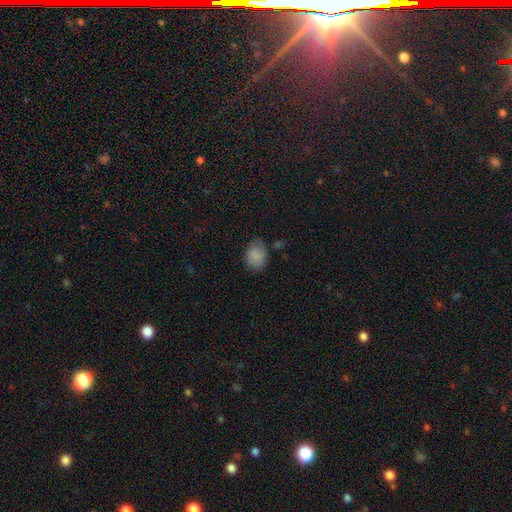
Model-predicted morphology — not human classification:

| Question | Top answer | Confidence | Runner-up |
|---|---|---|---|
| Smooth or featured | smooth | 85% | star or artifact (9%) |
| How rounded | in between | 60% | round (39%) |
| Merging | none | 67% | minor disturbance (23%) |